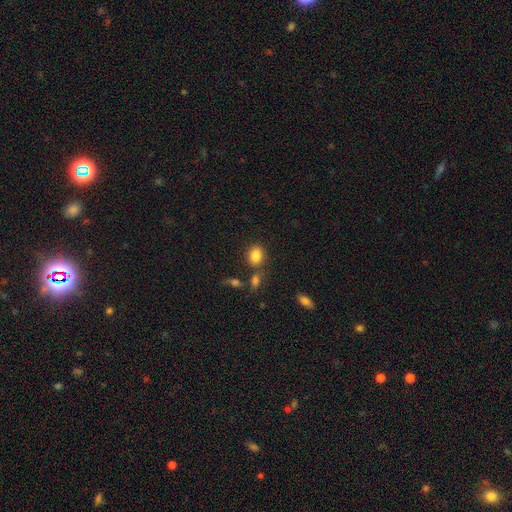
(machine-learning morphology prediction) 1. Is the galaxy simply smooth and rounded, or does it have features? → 85% smooth, 9% star or artifact, 6% featured or disk.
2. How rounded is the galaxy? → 53% in between, 46% round, 1% cigar-shaped.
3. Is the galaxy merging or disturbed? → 72% none, 12% minor disturbance, 12% merger, 4% major disturbance.